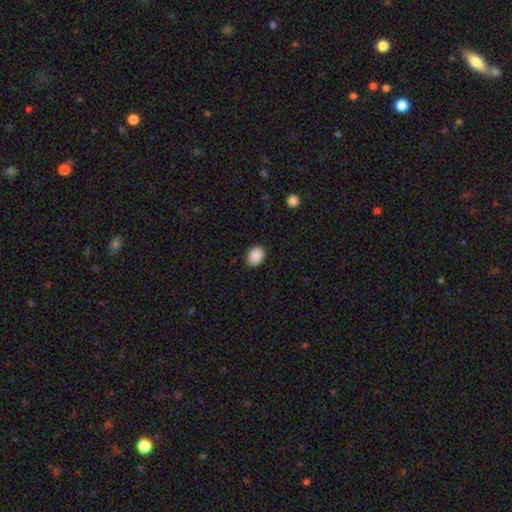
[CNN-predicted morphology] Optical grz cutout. It shows a smooth galaxy with no disk features (89%) that is in between round and cigar-shaped (68%). Merging: none (86%).